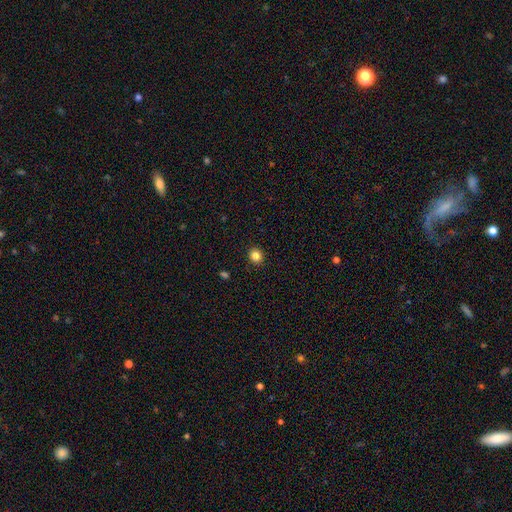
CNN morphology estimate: smooth_or_featured: smooth (p=0.84) [alt: star or artifact p=0.12]
how_rounded: round (p=0.84) [alt: in between p=0.15]
merging: none (p=0.92) [alt: minor disturbance p=0.05]